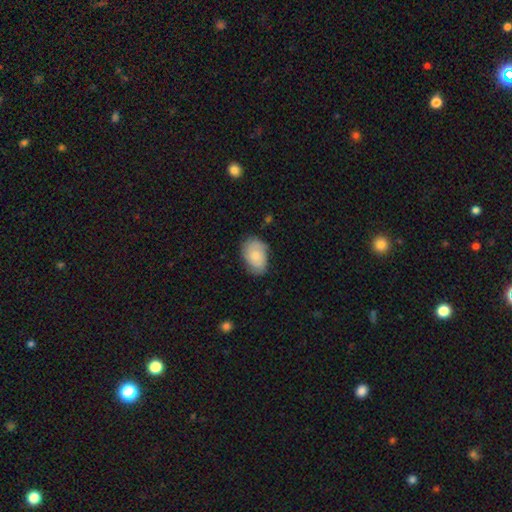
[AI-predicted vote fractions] A smooth galaxy with no disk features (72%) that is in between round and cigar-shaped (86%).

Vote fractions:
- Smooth or featured? smooth: 72% / featured or disk: 22% / star or artifact: 7%
- How rounded? in between: 86% / round: 13% / cigar-shaped: 1%
- Merging? none: 67% / minor disturbance: 25% / major disturbance: 6% / merger: 2%